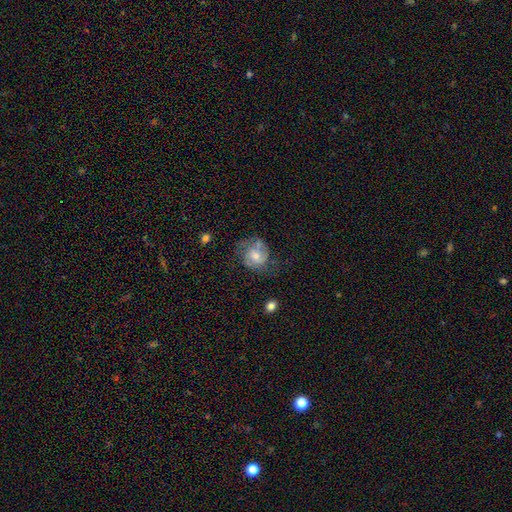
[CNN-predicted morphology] Overall: featured or disk (56%; smooth 36%). Edge-on disk: no (97%). Bar: no (63%; weak 31%). Spiral arms: yes (80%). Bulge size: moderate (52%; small 38%). Merging: none (50%; minor disturbance 26%).